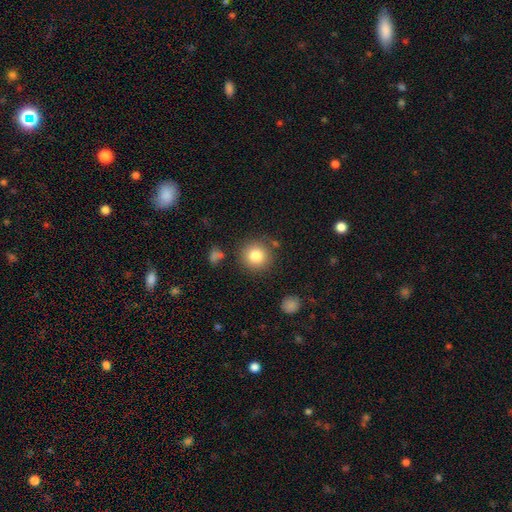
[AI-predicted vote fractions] Smooth or featured? Predicted: smooth (p=0.83). How rounded? Predicted: round (p=0.93). Merging? Predicted: none (p=0.83).